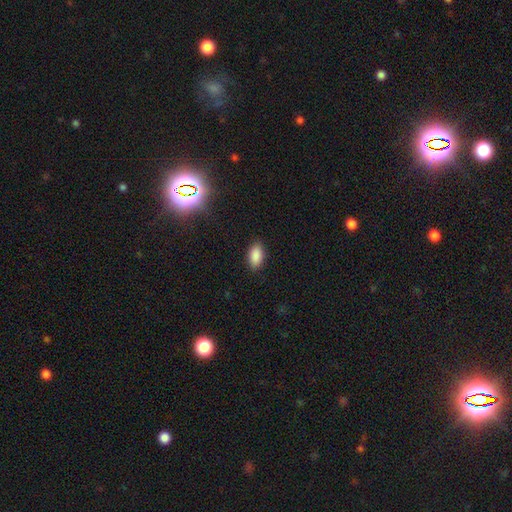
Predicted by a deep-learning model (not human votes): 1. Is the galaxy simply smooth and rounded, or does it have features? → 88% smooth, 9% star or artifact, 4% featured or disk.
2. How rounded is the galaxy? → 93% in between, 4% round, 4% cigar-shaped.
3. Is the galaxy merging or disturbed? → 87% none, 9% minor disturbance, 2% major disturbance, 1% merger.